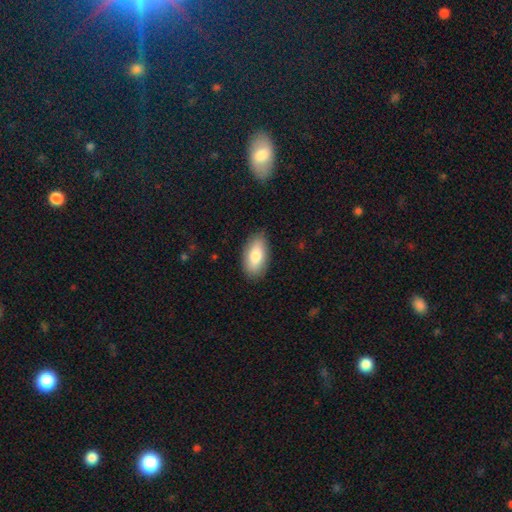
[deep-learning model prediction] A smooth galaxy with no disk features (81%) that is in between round and cigar-shaped (91%). Merging: none (84%).